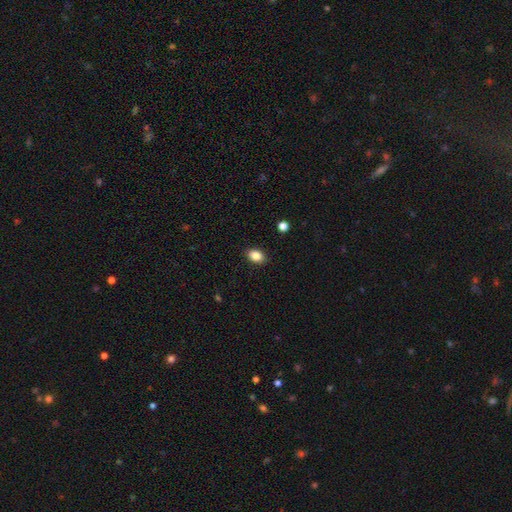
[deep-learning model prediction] The model was most divided on "how rounded": in between: 79%, round: 20%, cigar-shaped: 1%. More confident: merging — none (89%); smooth or featured — smooth (87%).